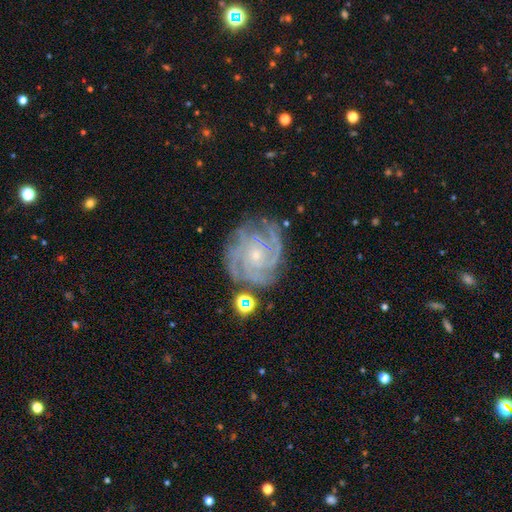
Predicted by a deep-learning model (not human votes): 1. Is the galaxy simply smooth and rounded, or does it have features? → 89% featured or disk, 6% star or artifact, 5% smooth.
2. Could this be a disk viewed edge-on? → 98% no, 2% yes.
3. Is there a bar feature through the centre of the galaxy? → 76% no, 19% weak, 5% strong.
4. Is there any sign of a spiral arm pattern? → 98% yes, 2% no.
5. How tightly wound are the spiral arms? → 75% tight, 22% medium, 3% loose.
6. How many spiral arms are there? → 33% 4, 23% 3, 17% can't tell, 11% more than 4, 10% 2, 6% 1.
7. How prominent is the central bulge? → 81% small, 15% moderate, 2% none, 1% large, 1% dominant.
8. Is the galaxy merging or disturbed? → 73% none, 17% minor disturbance, 6% major disturbance, 4% merger.